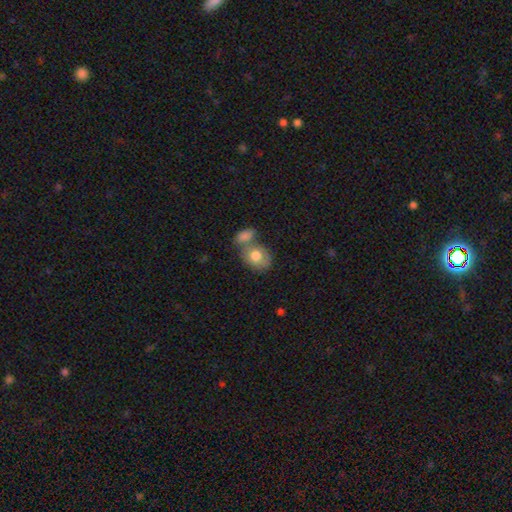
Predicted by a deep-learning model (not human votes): Smooth or featured? Predicted: smooth (p=0.76). How rounded? Predicted: in between (p=0.64). Merging? Predicted: merger (p=0.43).